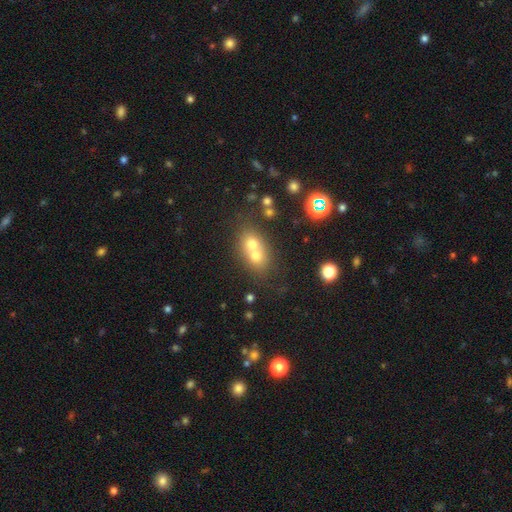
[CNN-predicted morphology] Smooth or featured? smooth (63%)
How rounded? round (51%)
Merging? merger (66%)